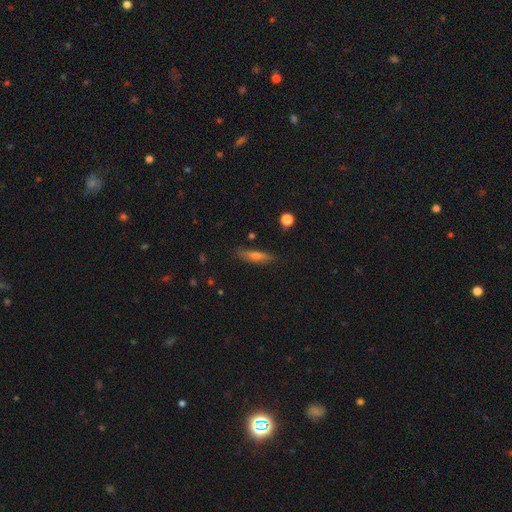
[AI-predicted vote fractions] Smooth or featured: smooth — 56% (featured or disk — 34%)
How rounded: cigar-shaped — 73% (in between — 24%)
Merging: none — 83% (minor disturbance — 12%)